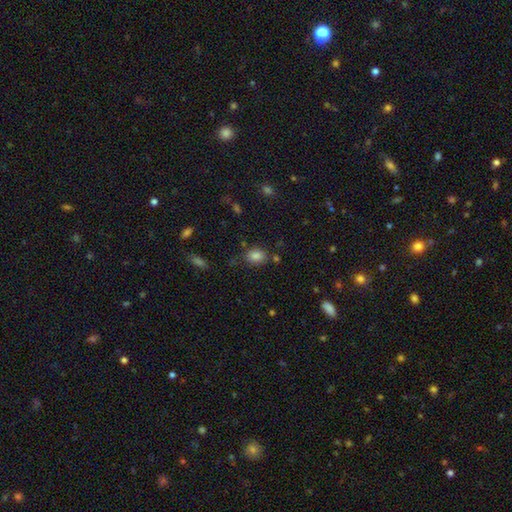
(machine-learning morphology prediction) The model was most divided on "how rounded": in between: 64%, round: 34%, cigar-shaped: 1%. More confident: smooth or featured — smooth (83%); merging — none (76%).